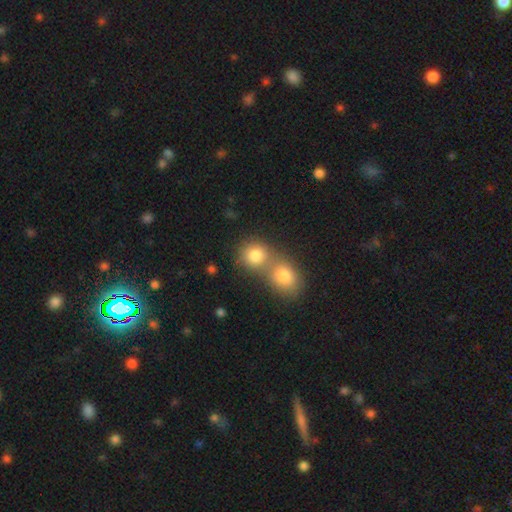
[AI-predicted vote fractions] Morphology: type=smooth (81%); roundness=round (78%); merging=merger (56%).